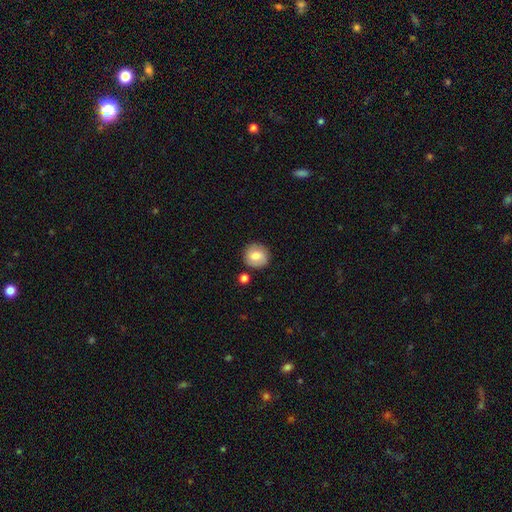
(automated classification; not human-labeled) Smooth or featured? smooth (80%)
How rounded? round (91%)
Merging? none (84%)